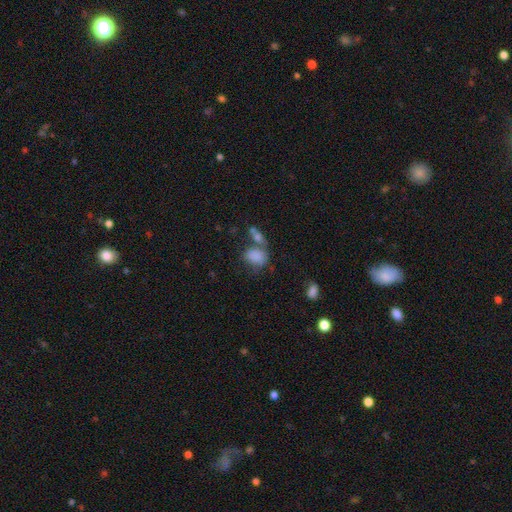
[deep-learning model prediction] Q: Smooth or featured?
A: smooth (79%); runner-up: featured or disk (11%)
Q: How rounded?
A: in between (70%); runner-up: round (27%)
Q: Merging?
A: merger (36%); runner-up: none (33%)